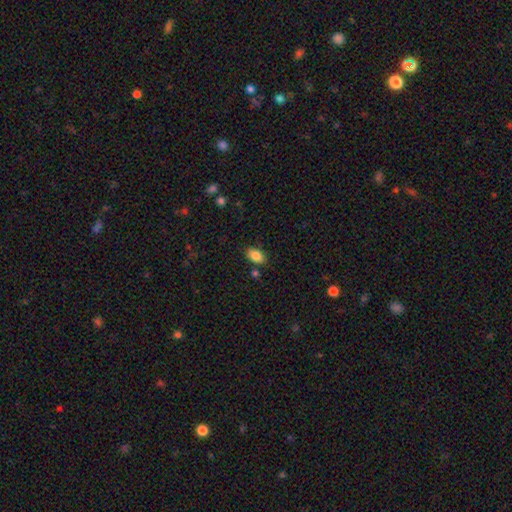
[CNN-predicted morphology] A smooth galaxy with no disk features (85%) that is in between round and cigar-shaped (90%). Merging: none (81%).